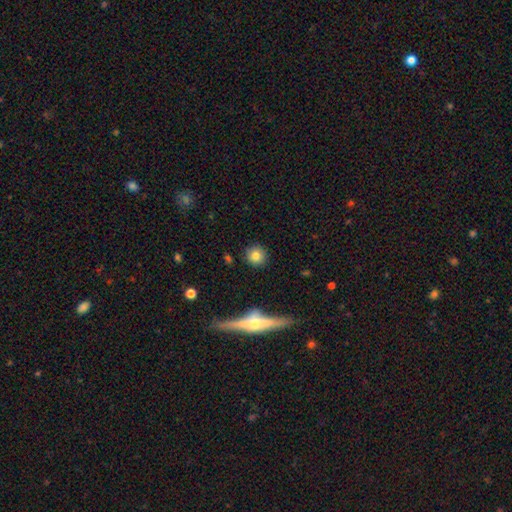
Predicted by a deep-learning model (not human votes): Overall: smooth (78%). How rounded: round (93%). Merging: none (90%).